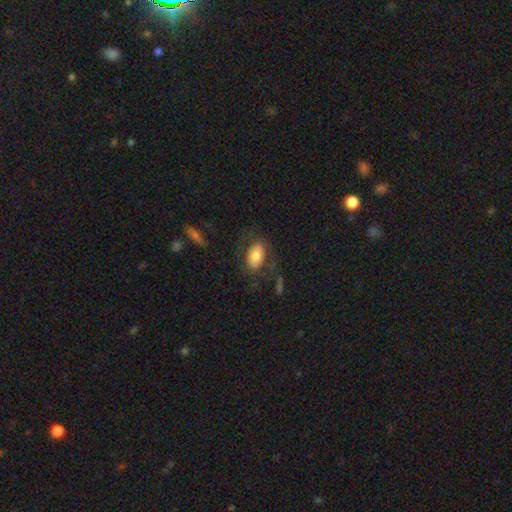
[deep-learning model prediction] Smooth or featured?
  - smooth: 67% *
  - featured or disk: 26%
  - star or artifact: 7%
How rounded?
  - in between: 88% *
  - round: 11%
  - cigar-shaped: 1%
Merging?
  - none: 65% *
  - major disturbance: 17%
  - minor disturbance: 16%
  - merger: 2%